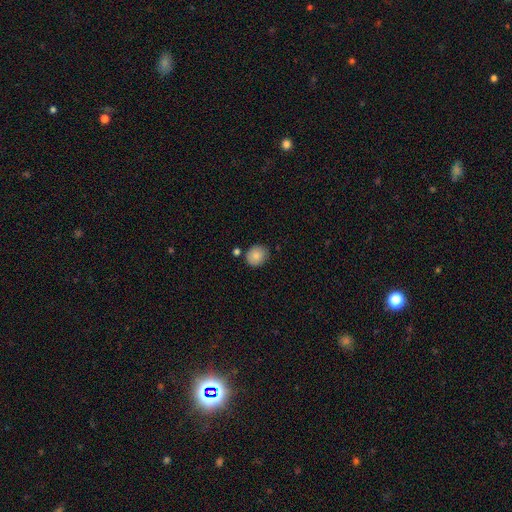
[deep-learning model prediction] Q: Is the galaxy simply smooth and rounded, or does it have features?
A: smooth — 85%.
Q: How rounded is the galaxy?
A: round — 71%.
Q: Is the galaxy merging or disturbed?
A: none — 79%.